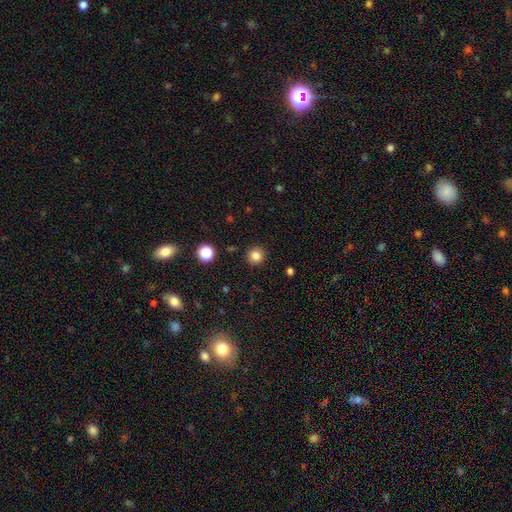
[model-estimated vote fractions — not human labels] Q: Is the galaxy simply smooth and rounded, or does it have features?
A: smooth — 83%.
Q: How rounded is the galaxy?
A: round — 94%.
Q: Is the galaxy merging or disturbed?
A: none — 91%.